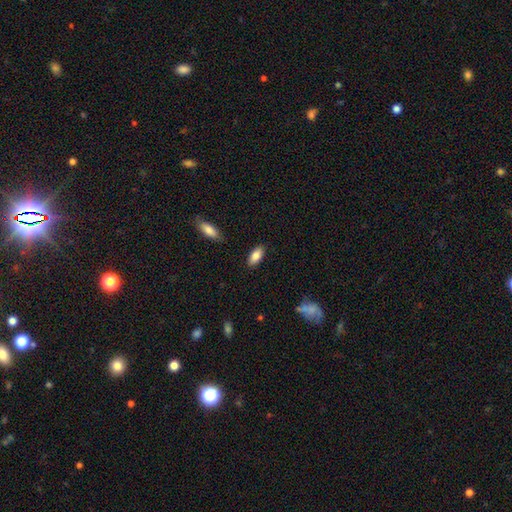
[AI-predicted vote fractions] This is clearly a smooth galaxy (85%). How rounded: clearly in between (87%). Merging: clearly none (87%).